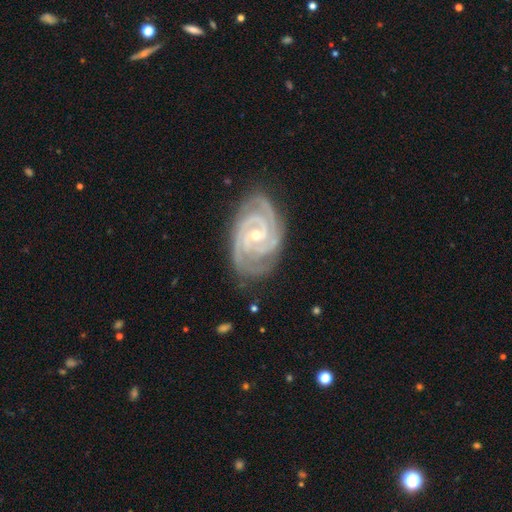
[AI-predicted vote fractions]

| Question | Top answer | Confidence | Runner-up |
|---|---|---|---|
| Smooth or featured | featured or disk | 93% | star or artifact (4%) |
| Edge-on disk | no | 98% | yes (2%) |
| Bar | no | 55% | weak (32%) |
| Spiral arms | yes | 99% | no (1%) |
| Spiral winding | tight | 74% | medium (23%) |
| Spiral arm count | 3 | 42% | 2 (25%) |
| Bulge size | small | 66% | moderate (31%) |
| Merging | none | 77% | minor disturbance (18%) |